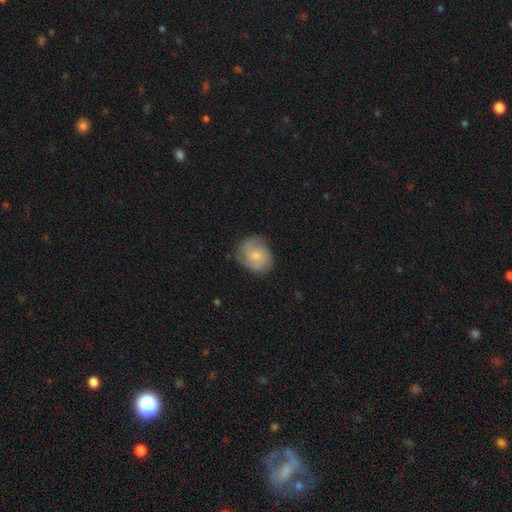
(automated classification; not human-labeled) Q: Smooth or featured?
A: featured or disk (52%); runner-up: smooth (42%)
Q: Edge-on disk?
A: no (98%); runner-up: yes (2%)
Q: Bar?
A: no (72%); runner-up: weak (25%)
Q: Spiral arms?
A: yes (88%); runner-up: no (12%)
Q: Bulge size?
A: small (59%); runner-up: moderate (34%)
Q: Merging?
A: none (74%); runner-up: minor disturbance (20%)